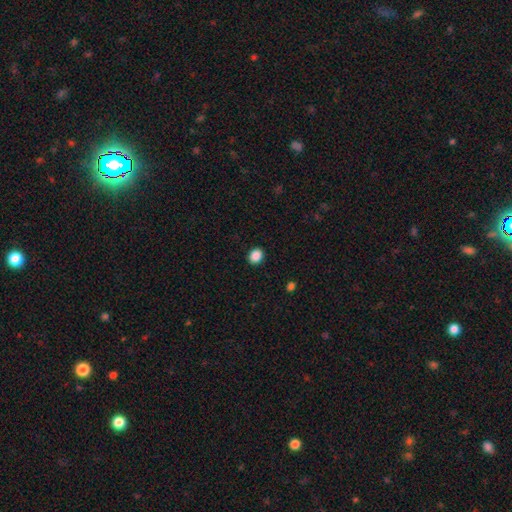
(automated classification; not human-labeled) Smooth or featured?
  - smooth: 88% *
  - star or artifact: 9%
  - featured or disk: 3%
How rounded?
  - round: 60% *
  - in between: 40%
  - cigar-shaped: 1%
Merging?
  - none: 91% *
  - minor disturbance: 6%
  - major disturbance: 2%
  - merger: 1%